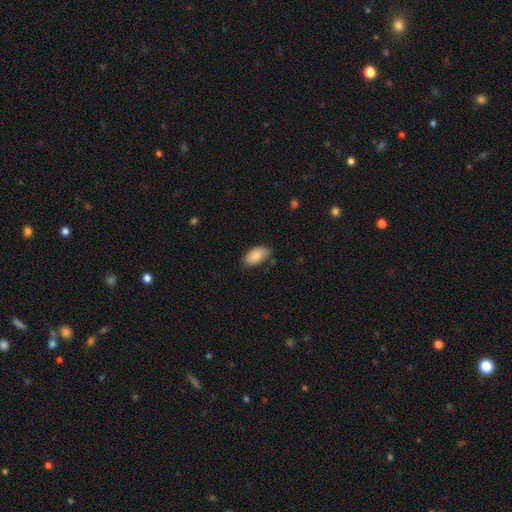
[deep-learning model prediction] Overall: smooth (86%). How rounded: in between (94%). Merging: none (71%).